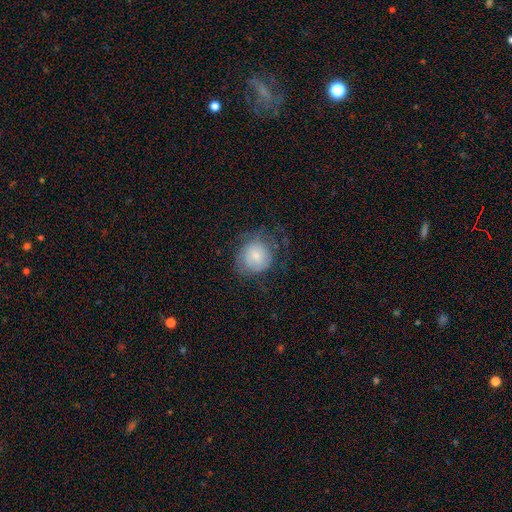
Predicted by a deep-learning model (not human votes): Q: Smooth or featured?
A: smooth (60%); runner-up: featured or disk (31%)
Q: How rounded?
A: round (80%); runner-up: in between (19%)
Q: Merging?
A: none (51%); runner-up: minor disturbance (25%)